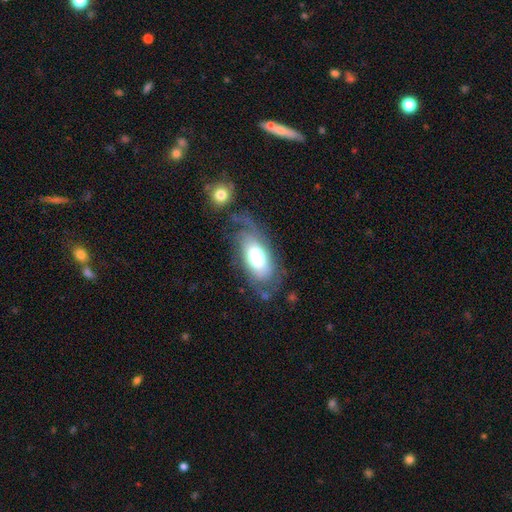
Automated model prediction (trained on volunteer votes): Smooth or featured: featured or disk — 53% (smooth — 40%)
Edge-on disk: no — 88% (yes — 12%)
Merging: none — 55% (minor disturbance — 24%)